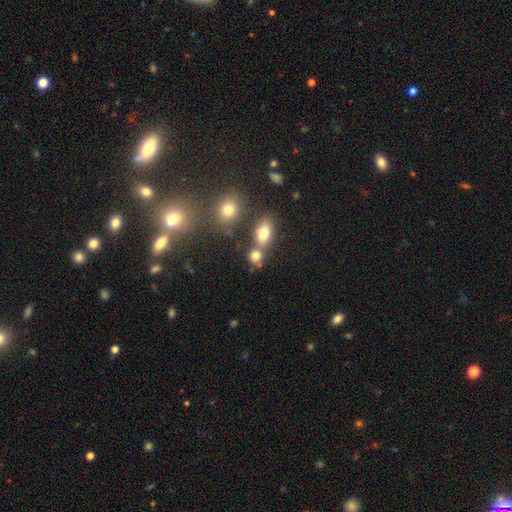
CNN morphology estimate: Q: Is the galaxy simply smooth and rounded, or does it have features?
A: smooth — 75%.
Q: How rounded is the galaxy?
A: round — 53%.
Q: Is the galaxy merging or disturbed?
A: none — 49%.